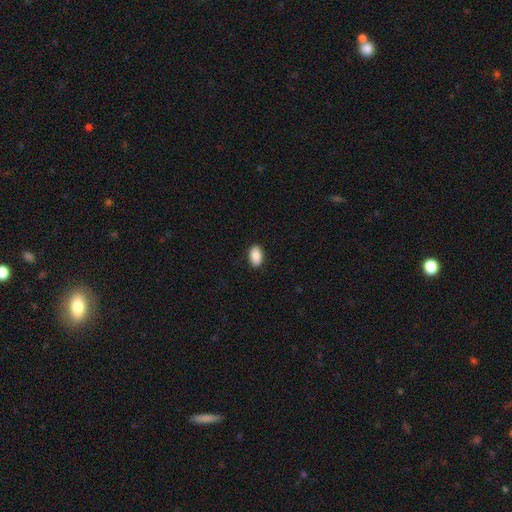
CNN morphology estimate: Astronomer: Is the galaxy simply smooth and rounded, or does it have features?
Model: smooth — 88%.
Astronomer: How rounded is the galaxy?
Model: in between — 92%.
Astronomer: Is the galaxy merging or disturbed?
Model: none — 89%.